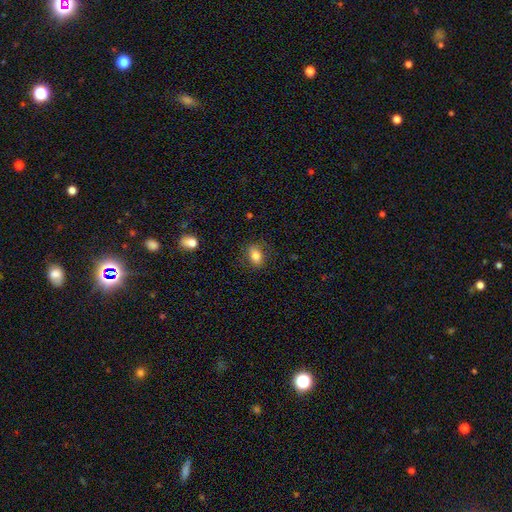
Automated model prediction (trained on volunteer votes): Morphology: type=smooth (83%); roundness=in between (80%); merging=none (81%).